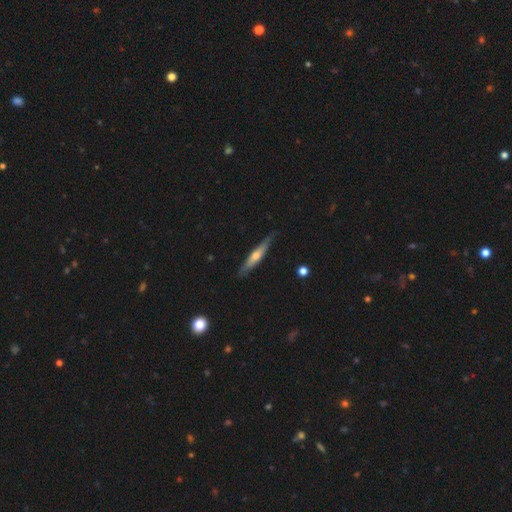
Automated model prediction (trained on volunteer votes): Smooth or featured? featured or disk (51%)
Edge-on disk? yes (92%)
Merging? none (81%)